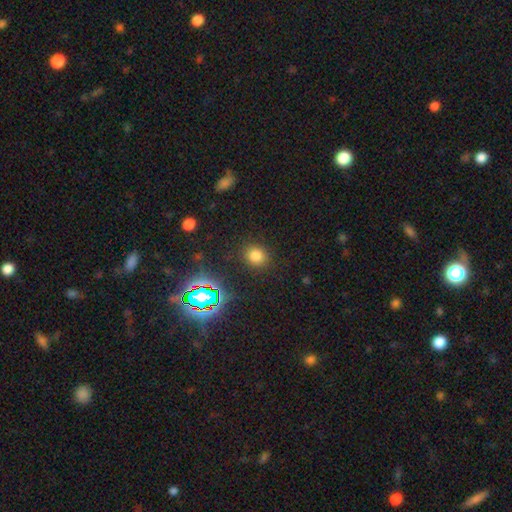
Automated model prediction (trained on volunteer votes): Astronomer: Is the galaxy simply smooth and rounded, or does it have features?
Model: smooth — 74%.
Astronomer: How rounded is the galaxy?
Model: round — 76%.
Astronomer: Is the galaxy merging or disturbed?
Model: none — 87%.